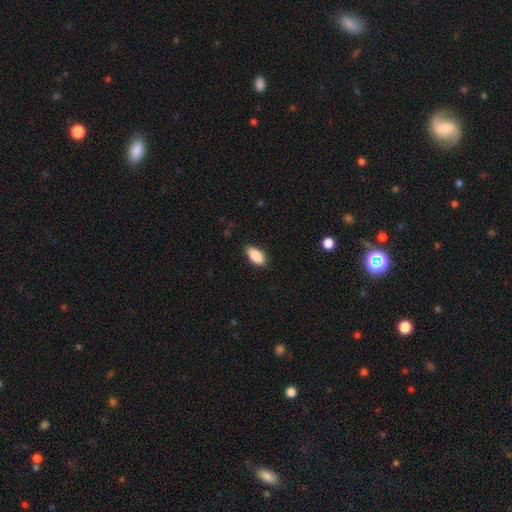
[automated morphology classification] The model was most divided on "merging": none: 86%, minor disturbance: 11%, major disturbance: 2%, merger: 1%. More confident: how rounded — in between (92%); smooth or featured — smooth (88%).